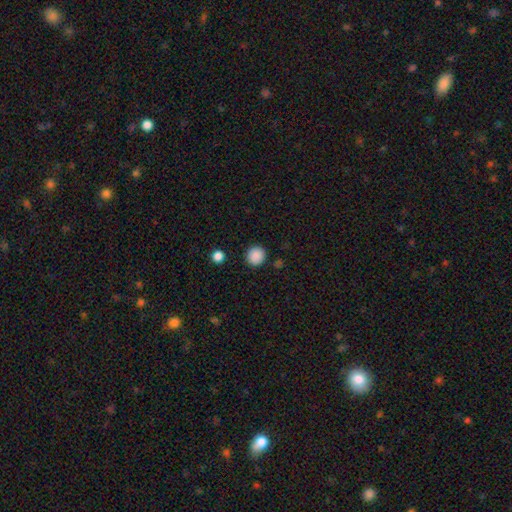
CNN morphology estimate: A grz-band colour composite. It shows a smooth galaxy with no disk features (88%) that is round (93%). Merging: none (90%).